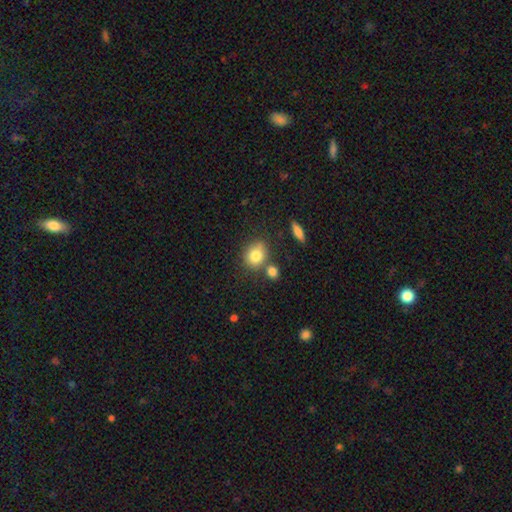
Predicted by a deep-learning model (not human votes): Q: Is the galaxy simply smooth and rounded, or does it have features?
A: smooth — 80%.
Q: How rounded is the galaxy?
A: round — 64%.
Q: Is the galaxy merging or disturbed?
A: none — 66%.